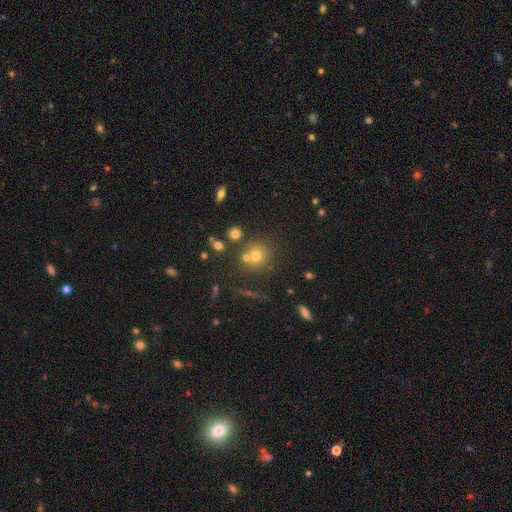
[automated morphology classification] A smooth galaxy with no disk features (67%) that is round (87%).

Vote fractions:
- Smooth or featured? smooth: 67% / star or artifact: 19% / featured or disk: 14%
- How rounded? round: 87% / in between: 12% / cigar-shaped: 1%
- Merging? none: 64% / merger: 22% / minor disturbance: 10% / major disturbance: 4%